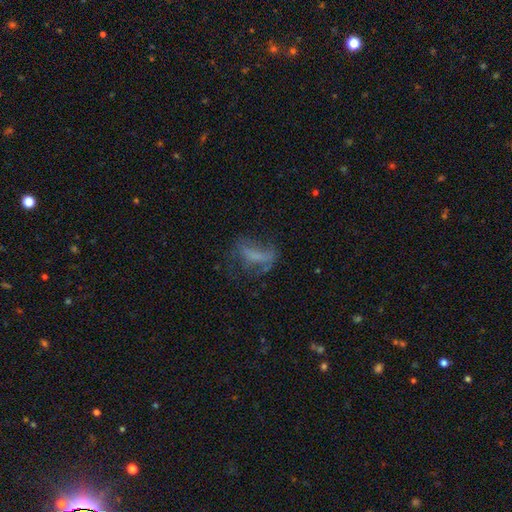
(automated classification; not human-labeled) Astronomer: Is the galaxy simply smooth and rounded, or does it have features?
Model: smooth — 42% (runner-up: featured or disk, 40%).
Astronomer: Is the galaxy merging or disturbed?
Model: none — 38% (runner-up: major disturbance, 37%).